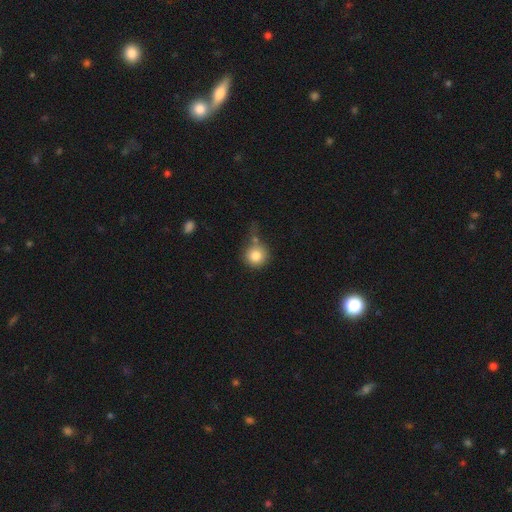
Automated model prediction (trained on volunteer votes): This is clearly a smooth galaxy (81%). How rounded: clearly round (93%). Merging: possibly none (54%).